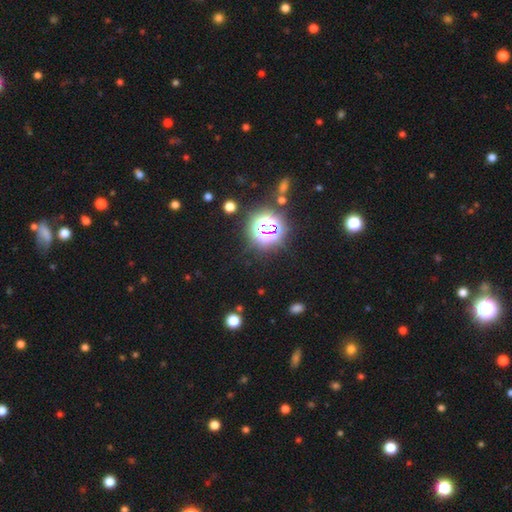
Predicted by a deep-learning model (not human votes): star or artifact 77%, smooth 17%, featured or disk 6%.